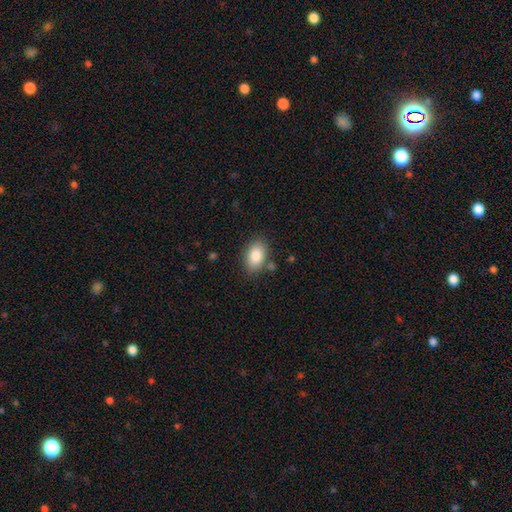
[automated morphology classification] The model was most divided on "merging": none: 80%, minor disturbance: 12%, merger: 4%, major disturbance: 3%. More confident: how rounded — in between (90%); smooth or featured — smooth (85%).